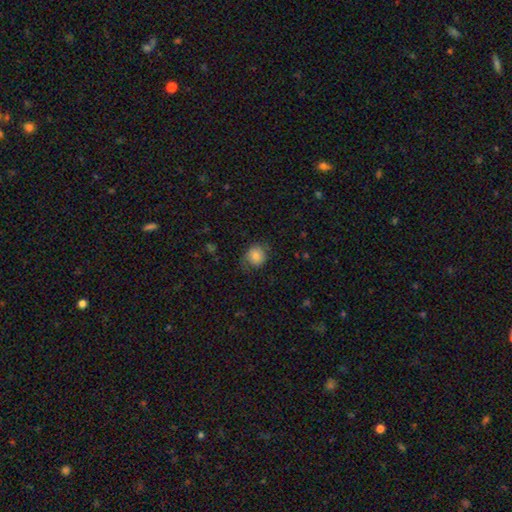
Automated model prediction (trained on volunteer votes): This appears to be a smooth galaxy with no disk features (78%) that is round (78%). Merging: none (67%).